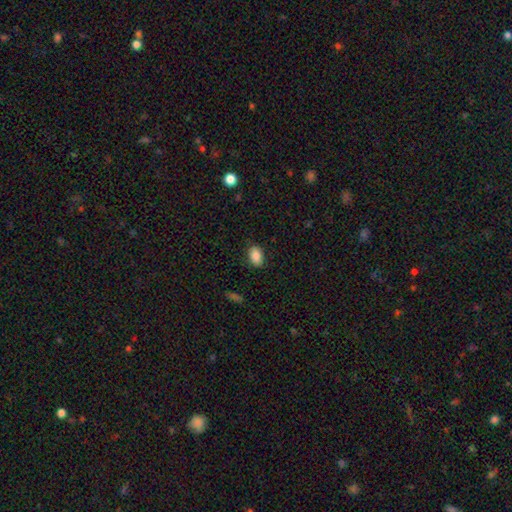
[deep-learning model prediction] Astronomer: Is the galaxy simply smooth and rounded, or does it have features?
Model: smooth — 87%.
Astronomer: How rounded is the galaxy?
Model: in between — 88%.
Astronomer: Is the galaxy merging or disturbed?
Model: none — 85%.